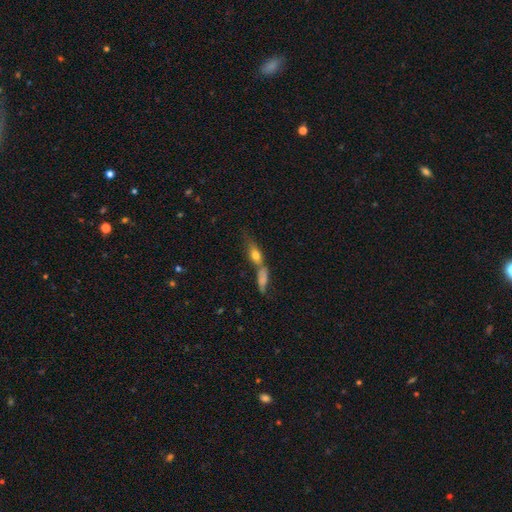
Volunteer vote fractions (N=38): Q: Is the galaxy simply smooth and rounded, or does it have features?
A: smooth — 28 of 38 (74%).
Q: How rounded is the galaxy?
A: in between — 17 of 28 (61%).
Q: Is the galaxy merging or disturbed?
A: merger — 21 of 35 (60%).